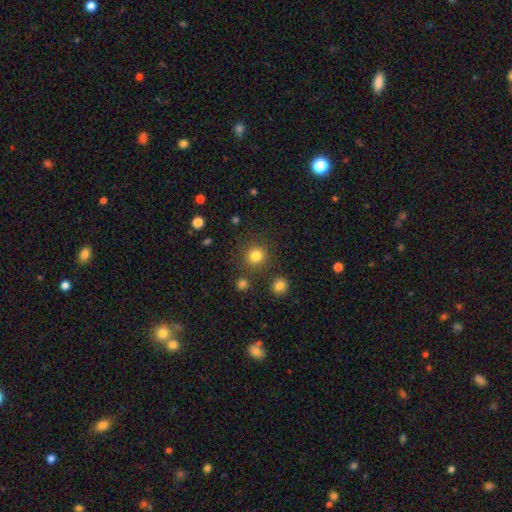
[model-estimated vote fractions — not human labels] smooth-or-featured: smooth: 81% | star or artifact: 13% | featured or disk: 6%
  how-rounded: round: 92% | in between: 7% | cigar-shaped: 1%
  merging: none: 83% | minor disturbance: 8% | merger: 5% | major disturbance: 4%